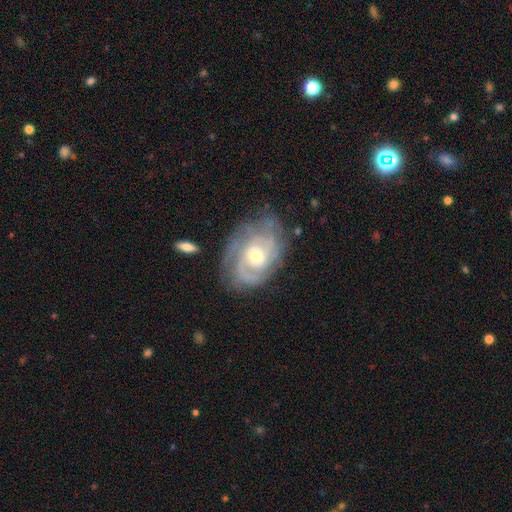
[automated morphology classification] Overall: featured or disk (86%). Edge-on disk: no (97%). Bar: no (61%; weak 33%). Spiral arms: yes (95%). Spiral arm count: can't tell (32%, tied with 2). Spiral winding: tight (65%; medium 29%). Bulge size: moderate (52%; small 43%). Merging: none (68%).